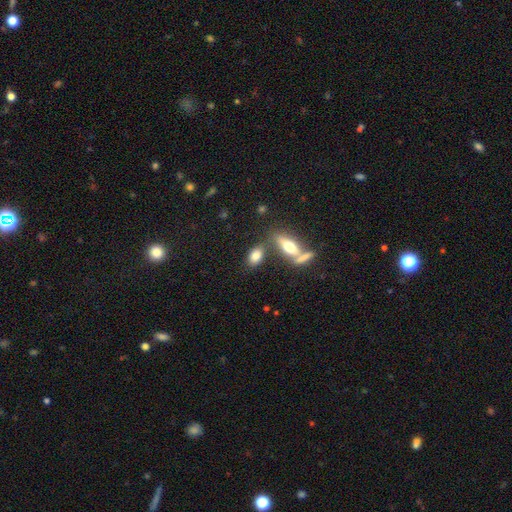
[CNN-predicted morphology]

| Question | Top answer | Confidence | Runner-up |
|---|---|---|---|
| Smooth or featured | smooth | 77% | featured or disk (15%) |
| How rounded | in between | 85% | round (8%) |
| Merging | none | 56% | merger (27%) |